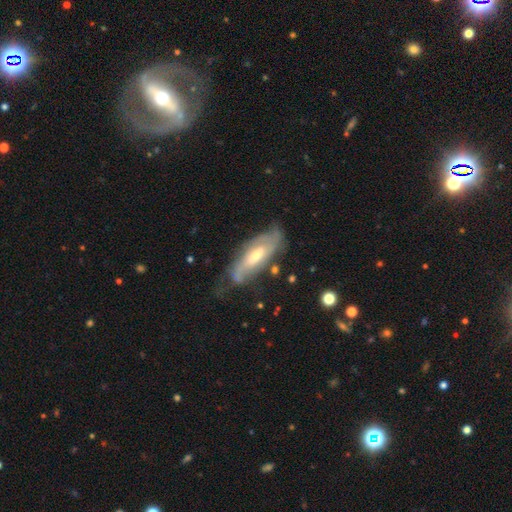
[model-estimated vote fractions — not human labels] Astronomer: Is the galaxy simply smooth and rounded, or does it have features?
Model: featured or disk — 72%.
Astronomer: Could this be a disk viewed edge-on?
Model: no — 80%.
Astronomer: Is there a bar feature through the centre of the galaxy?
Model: weak — 44% (runner-up: no, 40%).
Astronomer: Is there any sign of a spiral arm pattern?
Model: yes — 83%.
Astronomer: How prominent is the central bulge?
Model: moderate — 59%.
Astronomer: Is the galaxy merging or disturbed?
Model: none — 58%.